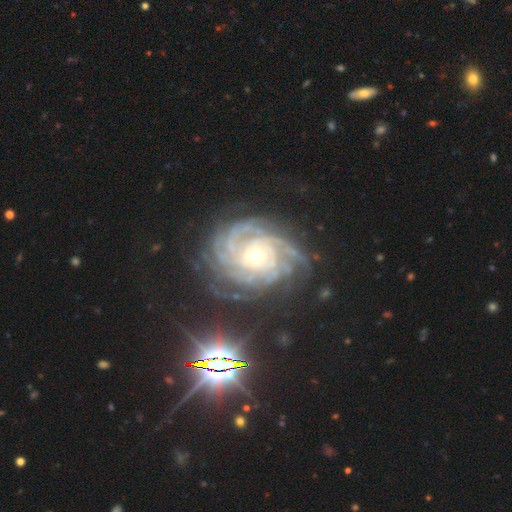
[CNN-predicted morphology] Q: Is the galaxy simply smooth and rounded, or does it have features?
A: featured or disk — 89%.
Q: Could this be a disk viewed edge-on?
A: no — 97%.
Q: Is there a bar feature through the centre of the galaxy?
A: no — 72%.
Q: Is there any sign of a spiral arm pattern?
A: yes — 98%.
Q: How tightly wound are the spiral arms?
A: tight — 80%.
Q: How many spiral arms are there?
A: more than 4 — 28%.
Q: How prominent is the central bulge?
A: moderate — 53%.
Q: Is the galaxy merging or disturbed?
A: none — 75%.